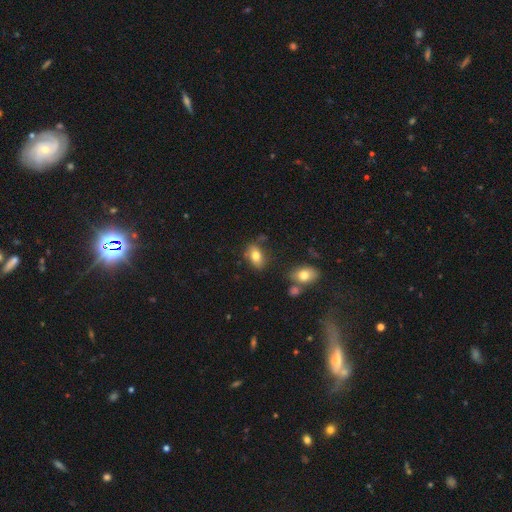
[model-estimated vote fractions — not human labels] The model was most divided on "merging": none: 73%, minor disturbance: 17%, merger: 6%, major disturbance: 4%. More confident: how rounded — in between (86%); smooth or featured — smooth (78%).